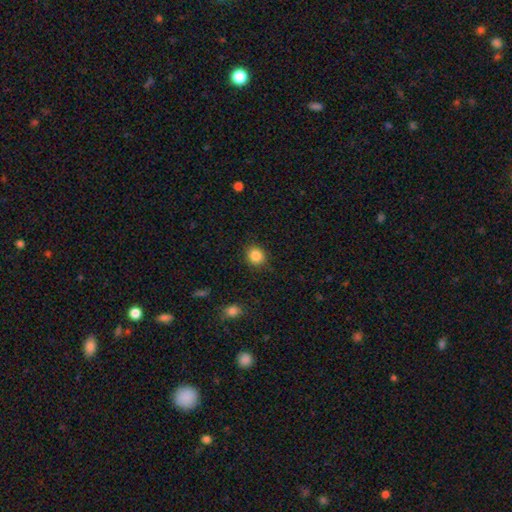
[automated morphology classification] smooth 86%, star or artifact 10%, featured or disk 4%. Down the decision tree: how rounded — round (81%); merging — none (89%).